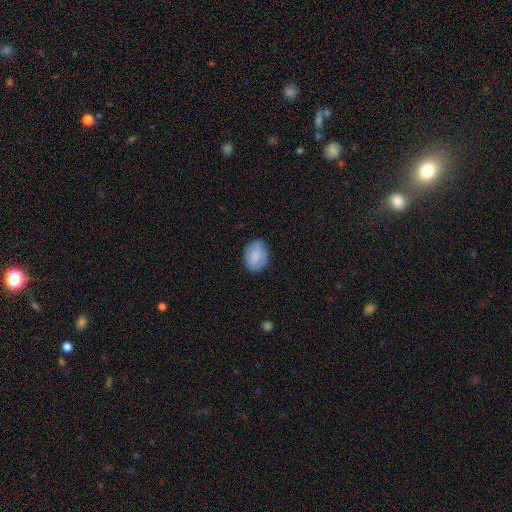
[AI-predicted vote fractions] The model was most divided on "how rounded": in between: 67%, round: 32%, cigar-shaped: 1%. More confident: merging — none (82%); smooth or featured — smooth (81%).